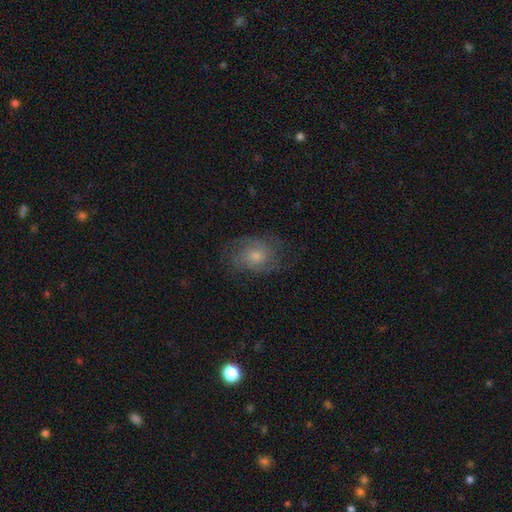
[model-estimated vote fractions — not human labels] smooth_or_featured: featured or disk (p=0.60) [alt: smooth p=0.29]
disk_edge_on: no (p=0.96) [alt: yes p=0.04]
bar: no (p=0.77) [alt: weak p=0.20]
has_spiral_arms: yes (p=0.86) [alt: no p=0.14]
bulge_size: small (p=0.52) [alt: moderate p=0.39]
merging: none (p=0.70) [alt: minor disturbance p=0.18]